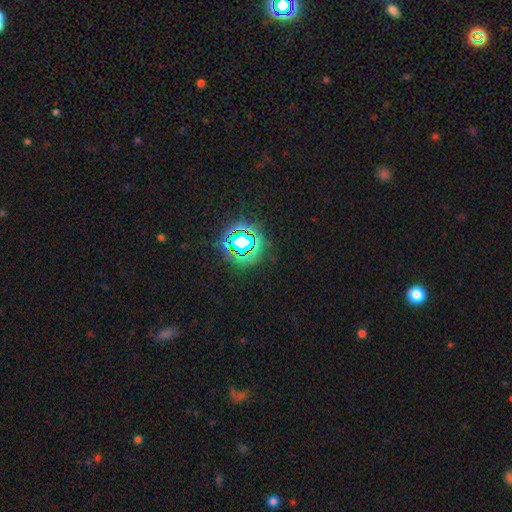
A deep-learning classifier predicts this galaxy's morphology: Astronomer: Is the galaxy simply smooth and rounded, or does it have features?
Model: star or artifact — 77%.